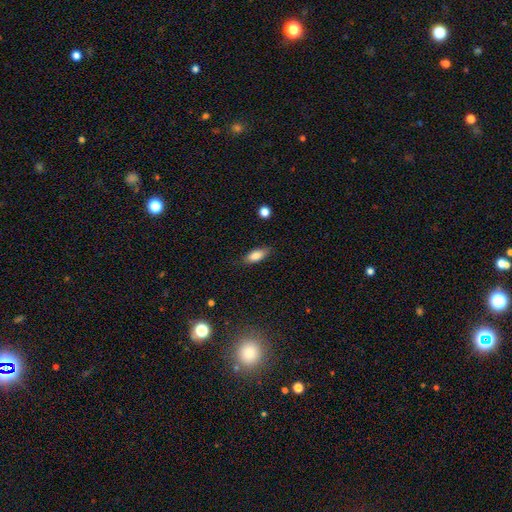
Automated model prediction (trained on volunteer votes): Overall: smooth (83%). How rounded: in between (78%). Merging: none (82%).